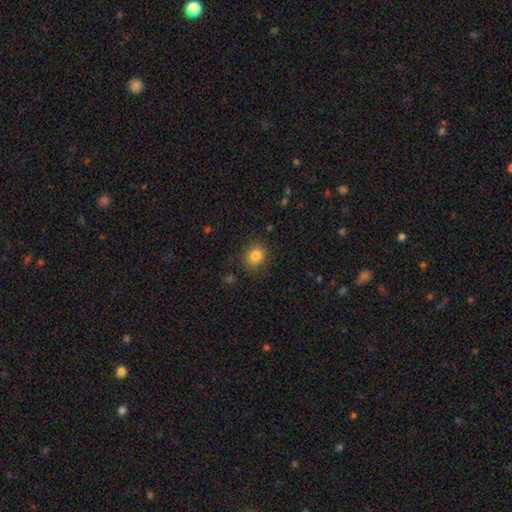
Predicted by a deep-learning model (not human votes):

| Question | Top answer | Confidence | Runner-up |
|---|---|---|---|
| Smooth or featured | smooth | 83% | star or artifact (11%) |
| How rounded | round | 68% | in between (32%) |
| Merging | none | 86% | minor disturbance (10%) |